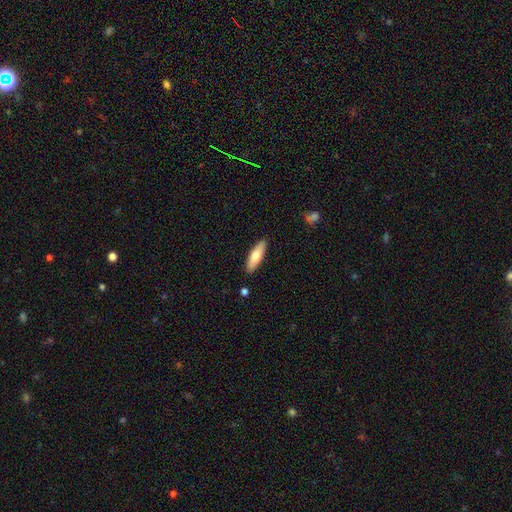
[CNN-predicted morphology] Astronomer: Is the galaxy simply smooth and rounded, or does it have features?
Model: smooth — 72%.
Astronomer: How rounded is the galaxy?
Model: cigar-shaped — 53% (runner-up: in between, 46%).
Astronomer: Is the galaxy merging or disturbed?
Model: none — 88%.